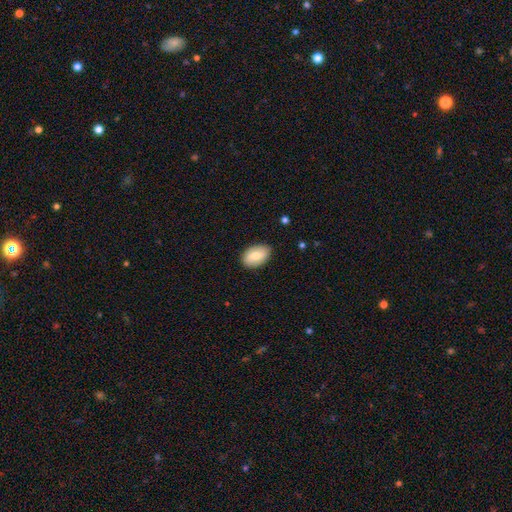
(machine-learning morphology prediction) type=smooth (75%); roundness=in between (90%); merging=none (85%).